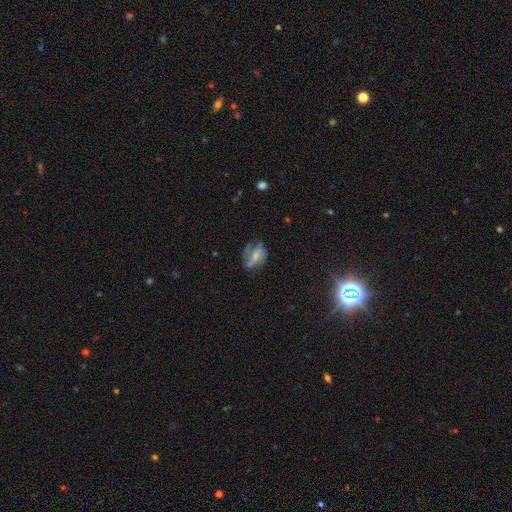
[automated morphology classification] A featured or disk galaxy (51%).

Vote fractions:
- Smooth or featured? featured or disk: 51% / smooth: 38% / star or artifact: 11%
- Edge-on disk? no: 96% / yes: 4%
- Merging? none: 45% / minor disturbance: 26% / major disturbance: 23% / merger: 5%